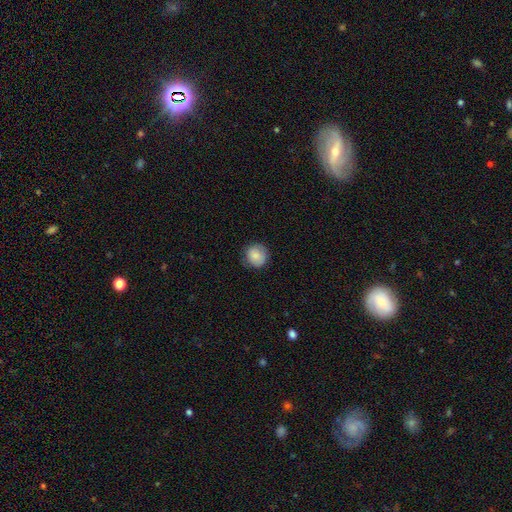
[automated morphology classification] A smooth galaxy with no disk features (84%) that is round (89%). Merging: none (80%).